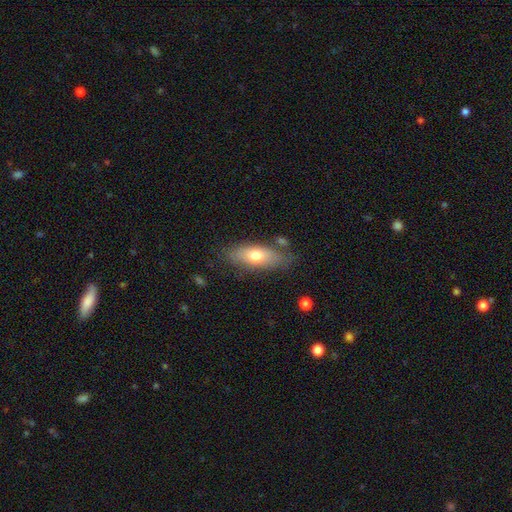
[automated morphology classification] Q: Smooth or featured?
A: smooth (67%); runner-up: featured or disk (26%)
Q: How rounded?
A: in between (74%); runner-up: cigar-shaped (22%)
Q: Merging?
A: none (71%); runner-up: minor disturbance (19%)